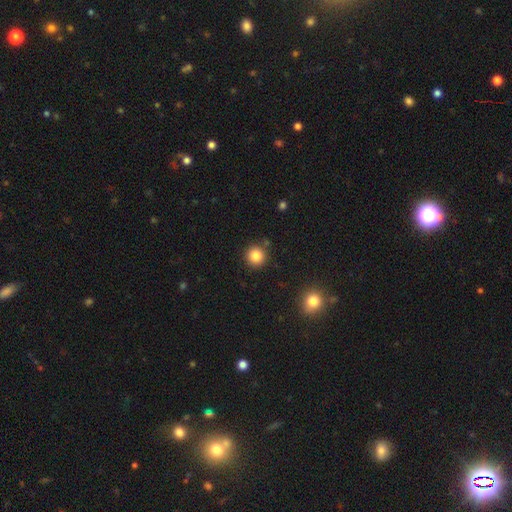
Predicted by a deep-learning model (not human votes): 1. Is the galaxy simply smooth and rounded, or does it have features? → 84% smooth, 11% star or artifact, 5% featured or disk.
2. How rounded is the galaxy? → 94% round, 5% in between, 1% cigar-shaped.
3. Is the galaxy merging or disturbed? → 88% none, 7% minor disturbance, 4% merger, 2% major disturbance.